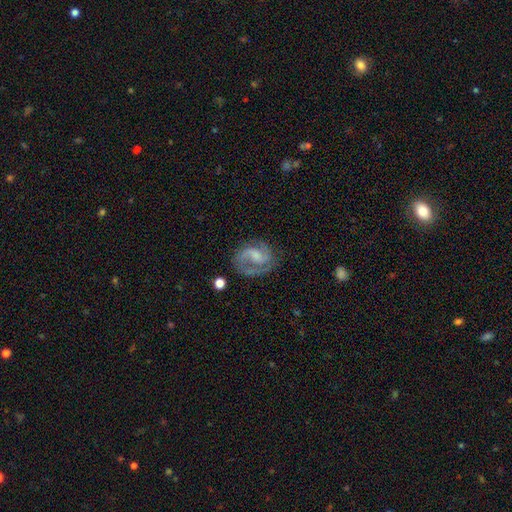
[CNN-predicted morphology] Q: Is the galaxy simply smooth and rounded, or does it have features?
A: featured or disk — 80%.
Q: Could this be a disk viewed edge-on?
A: no — 98%.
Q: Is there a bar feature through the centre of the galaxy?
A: weak — 49%.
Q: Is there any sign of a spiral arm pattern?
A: yes — 94%.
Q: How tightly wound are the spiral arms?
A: medium — 53%.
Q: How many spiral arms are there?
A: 2 — 76%.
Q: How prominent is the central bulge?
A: small — 32%.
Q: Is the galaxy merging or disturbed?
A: none — 66%.